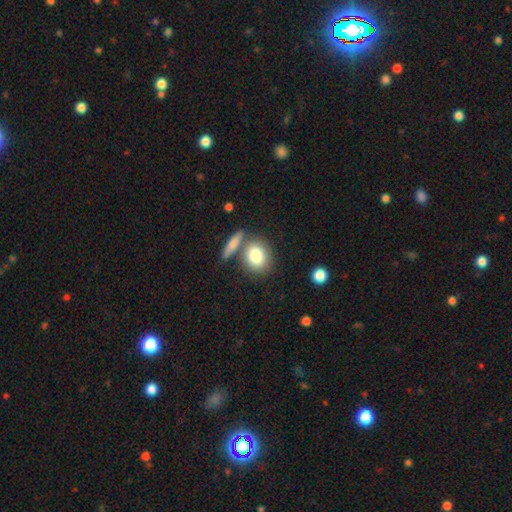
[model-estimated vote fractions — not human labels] A smooth galaxy with no disk features (81%) that is round (50%). Merging: none (59%).